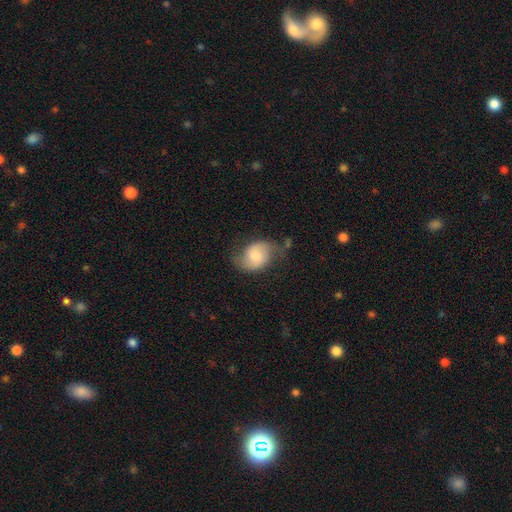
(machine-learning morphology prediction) This appears to be a featured or disk galaxy (53%) with no bar (54%), spiral arms (88%) and a moderate central bulge (52%). Merging: none (57%).